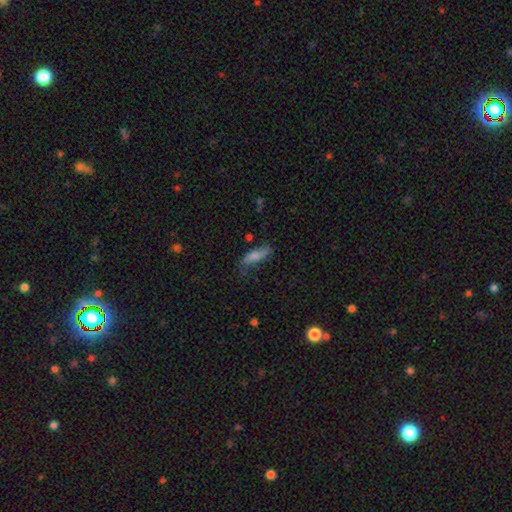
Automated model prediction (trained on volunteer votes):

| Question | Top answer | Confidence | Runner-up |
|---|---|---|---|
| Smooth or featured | smooth | 67% | featured or disk (25%) |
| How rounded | in between | 53% | cigar-shaped (44%) |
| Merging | none | 54% | minor disturbance (30%) |